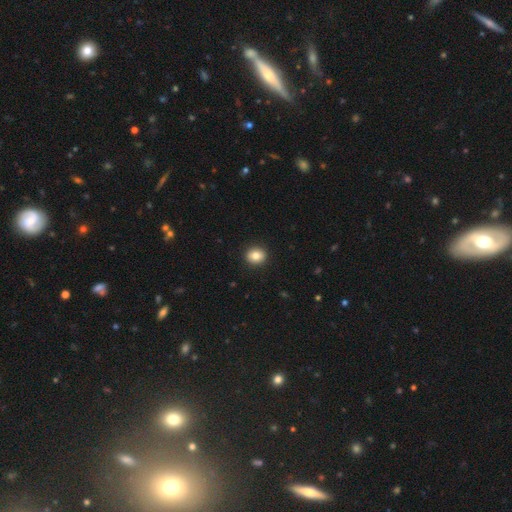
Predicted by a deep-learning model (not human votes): Q: Smooth or featured?
A: smooth (84%); runner-up: star or artifact (9%)
Q: How rounded?
A: round (77%); runner-up: in between (22%)
Q: Merging?
A: none (92%); runner-up: minor disturbance (5%)